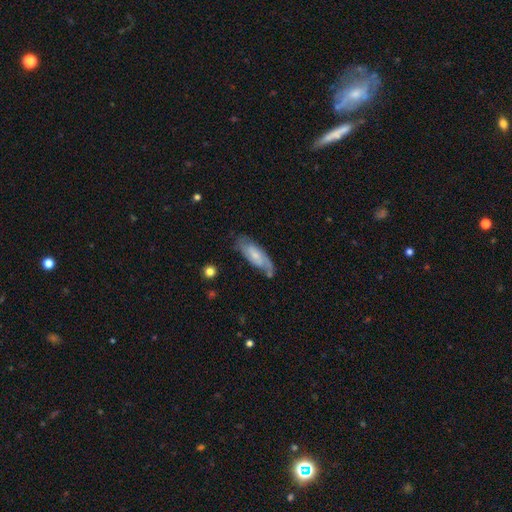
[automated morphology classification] Smooth or featured?
  - featured or disk: 54% *
  - smooth: 40%
  - star or artifact: 6%
Edge-on disk?
  - no: 83% *
  - yes: 17%
Merging?
  - none: 64% *
  - minor disturbance: 24%
  - major disturbance: 8%
  - merger: 4%